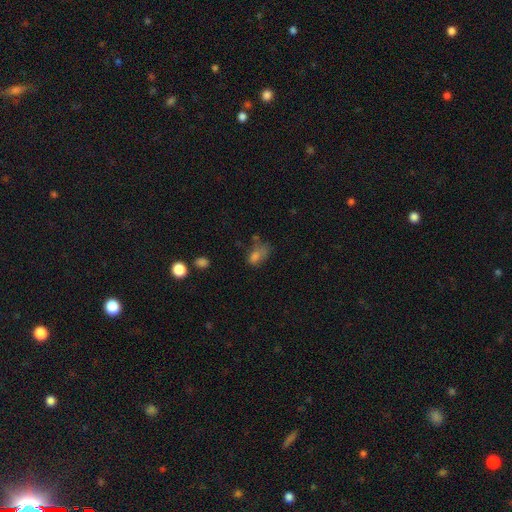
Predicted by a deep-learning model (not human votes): The model was most divided on "merging": none: 37%, major disturbance: 27%, minor disturbance: 27%, merger: 9%. More confident: how rounded — in between (78%); smooth or featured — smooth (67%).